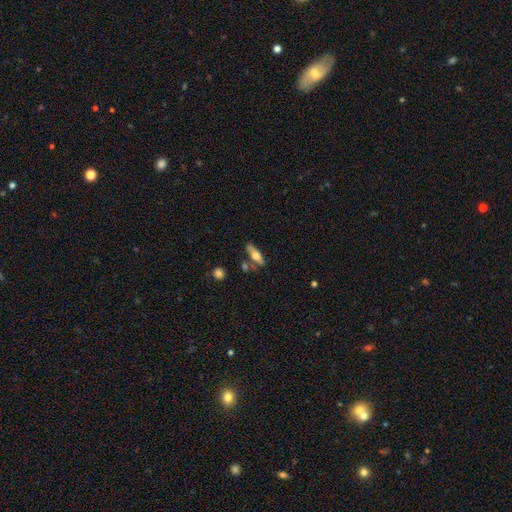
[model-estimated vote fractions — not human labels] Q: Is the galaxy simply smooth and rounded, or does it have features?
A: smooth — 59%.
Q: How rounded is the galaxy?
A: in between — 54%.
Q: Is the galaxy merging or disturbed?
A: none — 62%.